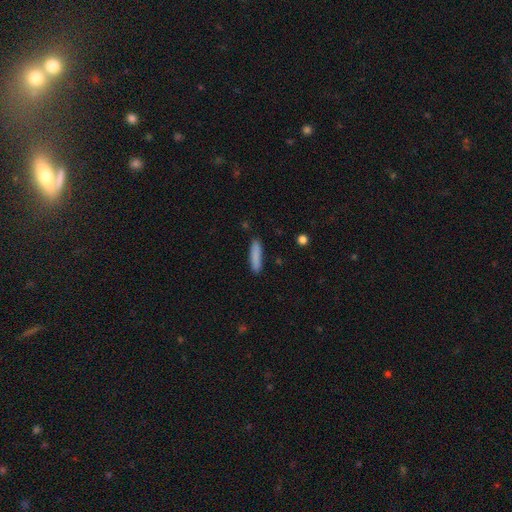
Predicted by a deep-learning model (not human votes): Smooth or featured?
  - smooth: 86% *
  - featured or disk: 8%
  - star or artifact: 6%
How rounded?
  - cigar-shaped: 80% *
  - in between: 18%
  - round: 1%
Merging?
  - none: 86% *
  - minor disturbance: 10%
  - major disturbance: 2%
  - merger: 2%